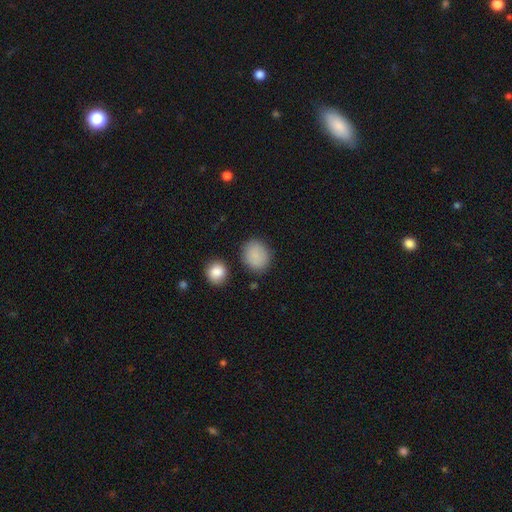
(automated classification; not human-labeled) Smooth or featured?
  - smooth: 87% *
  - star or artifact: 8%
  - featured or disk: 5%
How rounded?
  - round: 70% *
  - in between: 29%
  - cigar-shaped: 1%
Merging?
  - none: 82% *
  - minor disturbance: 11%
  - merger: 4%
  - major disturbance: 3%